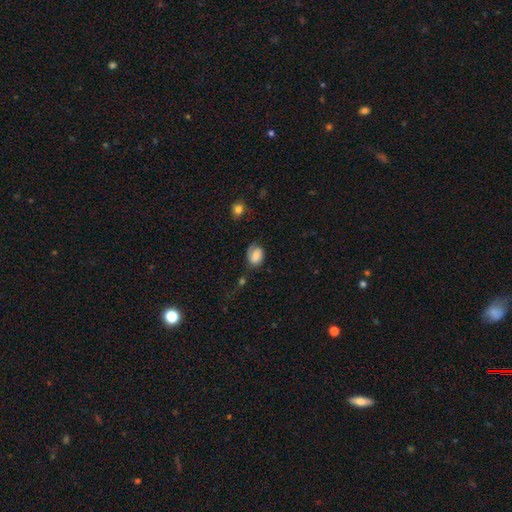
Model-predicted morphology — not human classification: smooth-or-featured: smooth: 71% | featured or disk: 20% | star or artifact: 9%
  how-rounded: in between: 67% | round: 32% | cigar-shaped: 1%
  merging: none: 52% | minor disturbance: 29% | major disturbance: 15% | merger: 4%